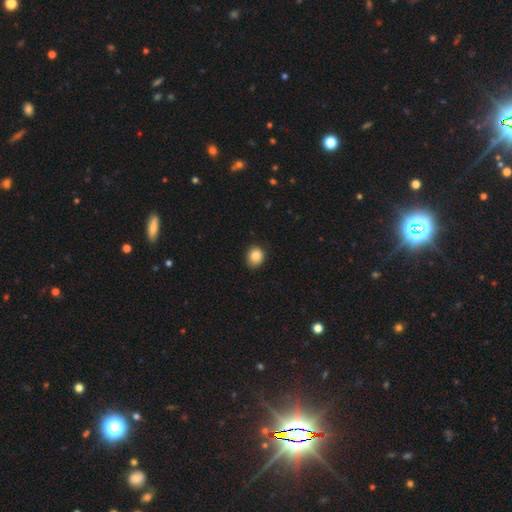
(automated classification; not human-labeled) Smooth or featured? smooth (86%)
How rounded? round (70%)
Merging? none (77%)